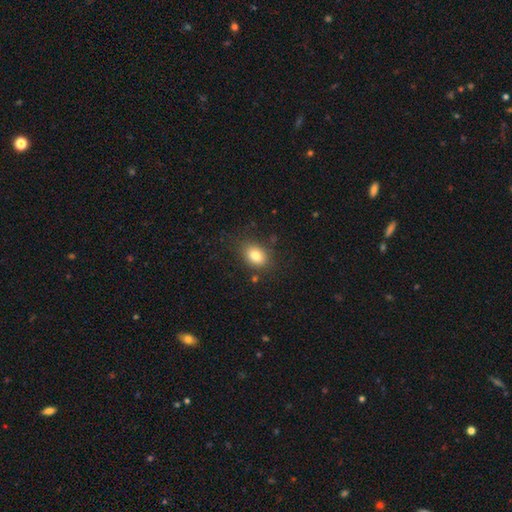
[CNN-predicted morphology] Smooth or featured?
  - smooth: 81% *
  - star or artifact: 10%
  - featured or disk: 9%
How rounded?
  - in between: 72% *
  - round: 27%
  - cigar-shaped: 1%
Merging?
  - none: 81% *
  - minor disturbance: 13%
  - major disturbance: 4%
  - merger: 3%